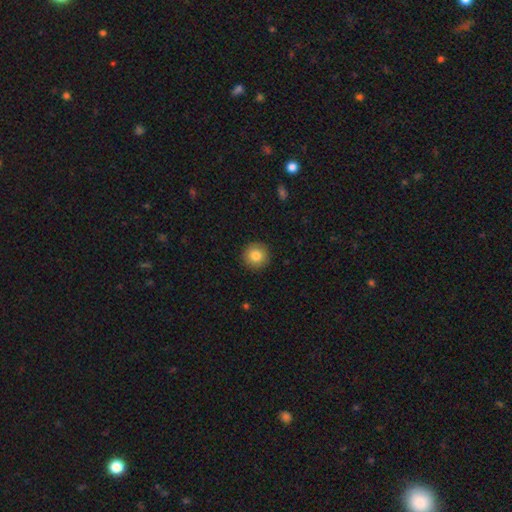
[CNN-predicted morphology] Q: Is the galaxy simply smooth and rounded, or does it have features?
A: smooth — 83%.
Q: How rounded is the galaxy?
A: round — 95%.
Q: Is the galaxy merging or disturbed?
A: none — 92%.